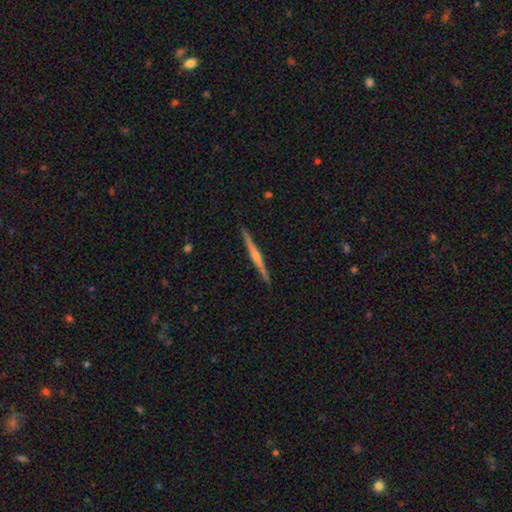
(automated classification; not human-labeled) Morphology: type=featured or disk (78%); edge-on=yes (99%); edge-on bulge=rounded (77%); merging=none (93%).